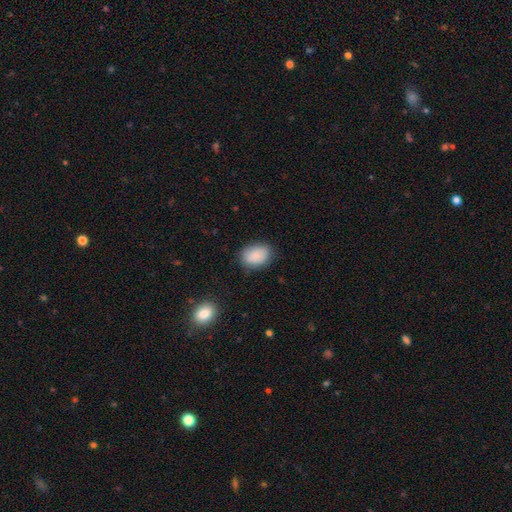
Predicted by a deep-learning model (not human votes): Smooth or featured? smooth (87%)
How rounded? in between (72%)
Merging? none (80%)